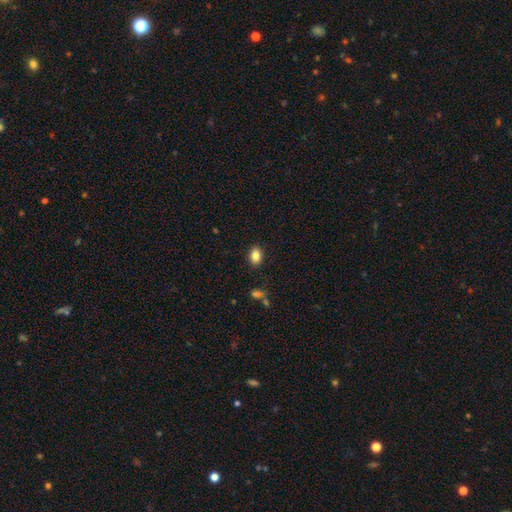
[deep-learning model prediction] smooth-or-featured: smooth: 85% | star or artifact: 9% | featured or disk: 6%
  how-rounded: in between: 79% | round: 20% | cigar-shaped: 1%
  merging: none: 88% | minor disturbance: 8% | major disturbance: 2% | merger: 1%